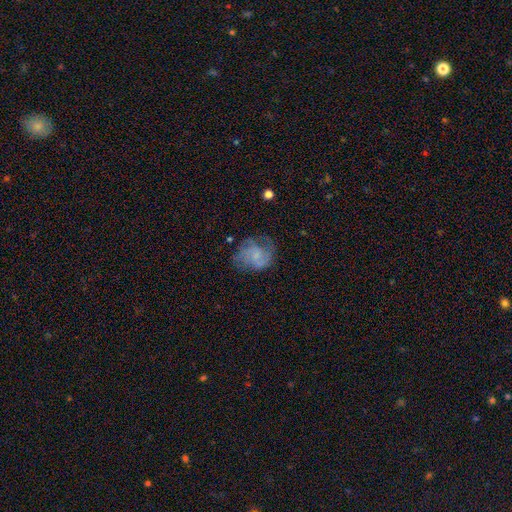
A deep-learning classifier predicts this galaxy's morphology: Smooth or featured? featured or disk (60%)
Edge-on disk? no (98%)
Bar? no (69%)
Spiral arms? yes (82%)
Bulge size? none (40%)
Merging? none (55%)